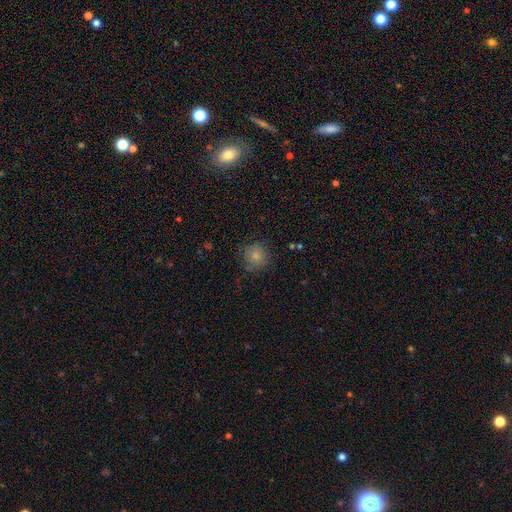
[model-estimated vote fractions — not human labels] Smooth or featured: smooth — 78% (featured or disk — 11%)
How rounded: round — 92% (in between — 7%)
Merging: none — 77% (minor disturbance — 17%)